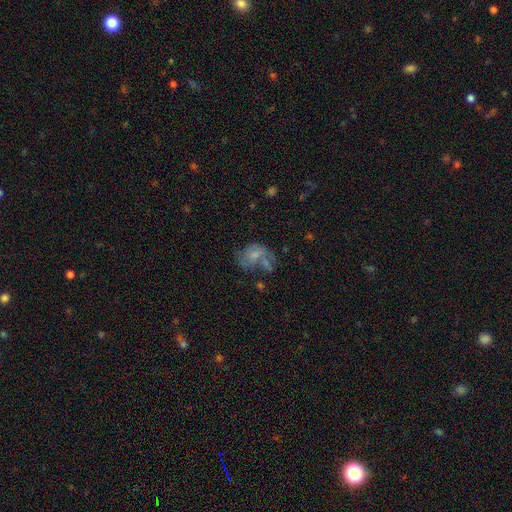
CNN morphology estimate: Smooth or featured?
  - smooth: 47% *
  - featured or disk: 39%
  - star or artifact: 14%
Merging?
  - none: 31% *
  - major disturbance: 28%
  - minor disturbance: 21%
  - merger: 19%